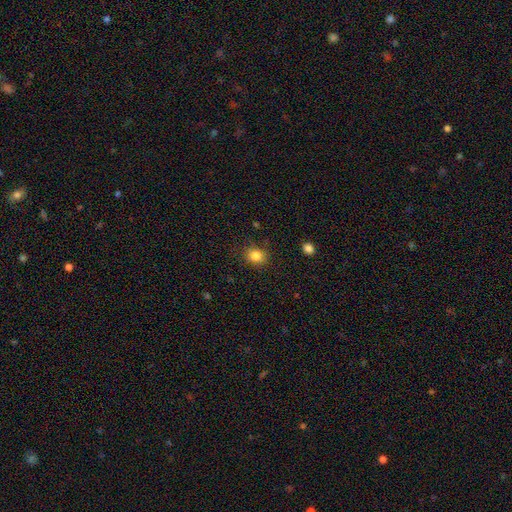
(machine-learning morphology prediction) Smooth or featured: smooth — 84% (star or artifact — 11%)
How rounded: round — 67% (in between — 32%)
Merging: none — 83% (minor disturbance — 12%)